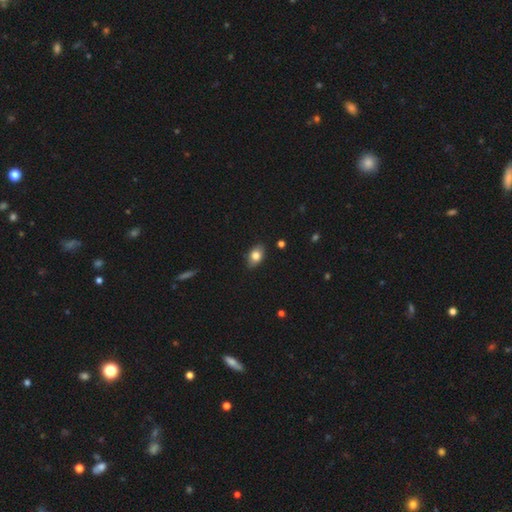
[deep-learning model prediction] A smooth galaxy with no disk features (78%) that is in between round and cigar-shaped (84%). Merging: none (85%).